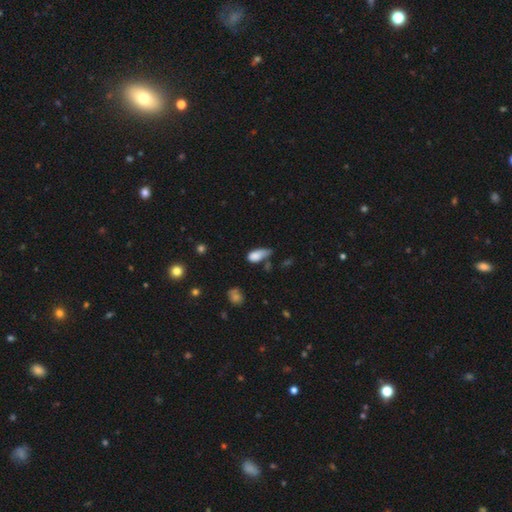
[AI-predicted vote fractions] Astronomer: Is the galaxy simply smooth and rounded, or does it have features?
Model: smooth — 80%.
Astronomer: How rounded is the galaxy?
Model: in between — 84%.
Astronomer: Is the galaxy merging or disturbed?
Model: minor disturbance — 39% (runner-up: none, 30%).